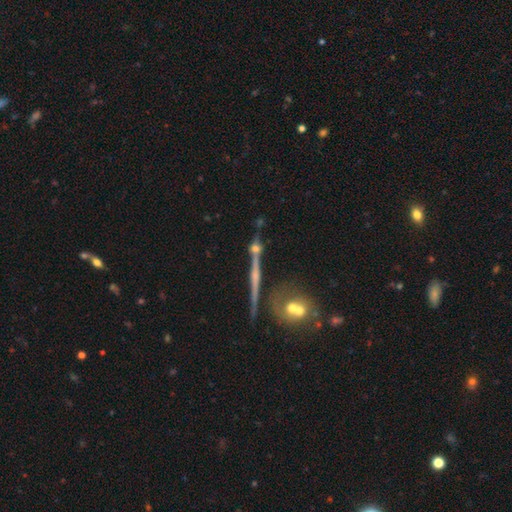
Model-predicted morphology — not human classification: This is likely a featured or disk galaxy (64%). It is clearly viewed edge-on (92%). Edge-on bulge: possibly rounded (47%). Merging: likely none (69%).